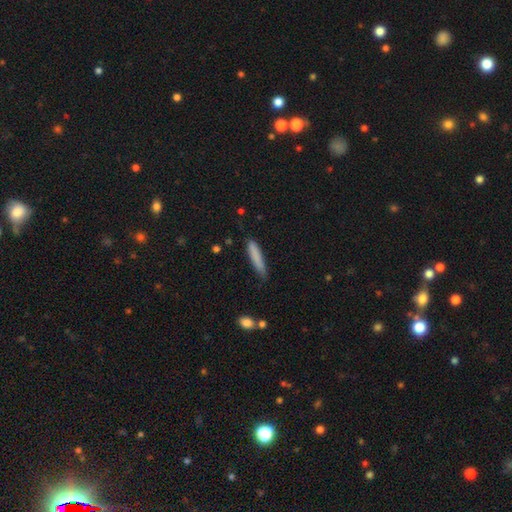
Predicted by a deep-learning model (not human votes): A smooth galaxy with no disk features (82%) that is cigar-shaped (89%).

Vote fractions:
- Smooth or featured? smooth: 82% / featured or disk: 12% / star or artifact: 6%
- How rounded? cigar-shaped: 89% / in between: 10% / round: 1%
- Merging? none: 74% / minor disturbance: 21% / major disturbance: 4% / merger: 2%